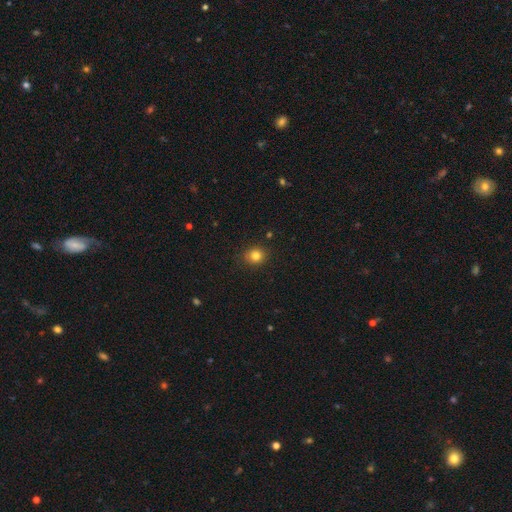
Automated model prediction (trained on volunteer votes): smooth-or-featured: smooth: 82% | star or artifact: 12% | featured or disk: 6%
  how-rounded: round: 77% | in between: 22% | cigar-shaped: 1%
  merging: none: 88% | minor disturbance: 9% | major disturbance: 2% | merger: 1%